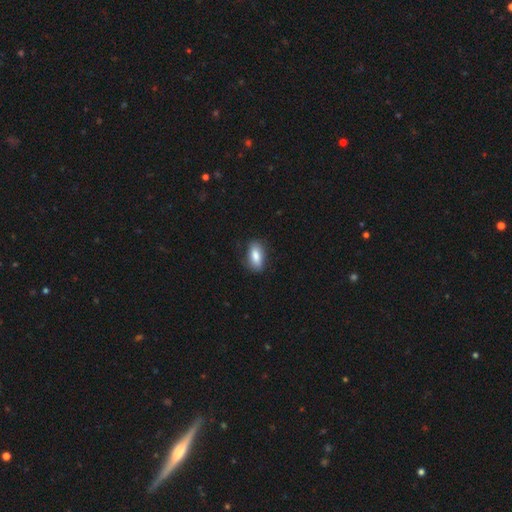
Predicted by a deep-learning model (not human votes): This appears to be a smooth galaxy with no disk features (83%) that is in between round and cigar-shaped (86%). Merging: none (79%).